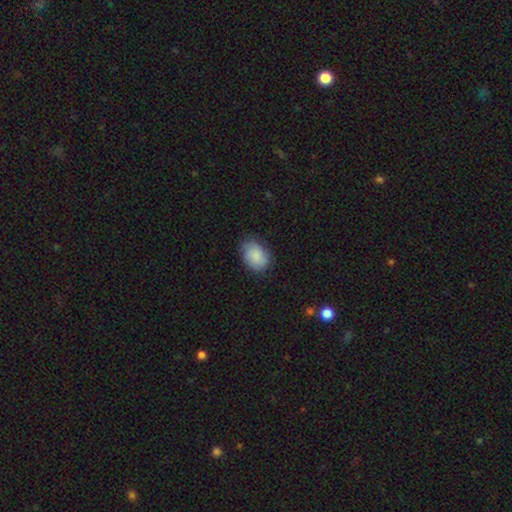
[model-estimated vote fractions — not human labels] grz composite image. It shows a smooth galaxy with no disk features (82%) that is in between round and cigar-shaped (75%). Merging: none (76%).